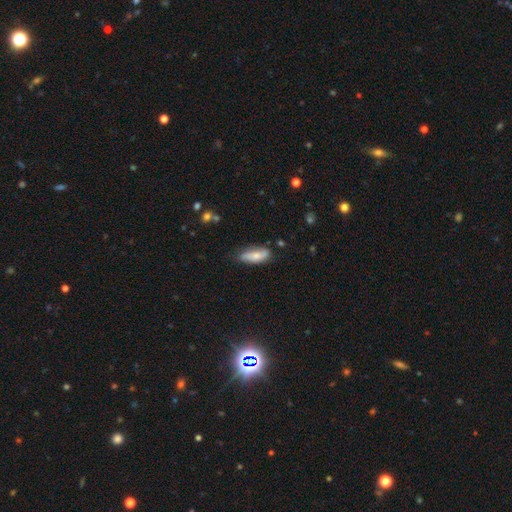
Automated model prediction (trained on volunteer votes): Smooth or featured? Predicted: smooth (p=0.67). How rounded? Predicted: in between (p=0.71). Merging? Predicted: none (p=0.70).